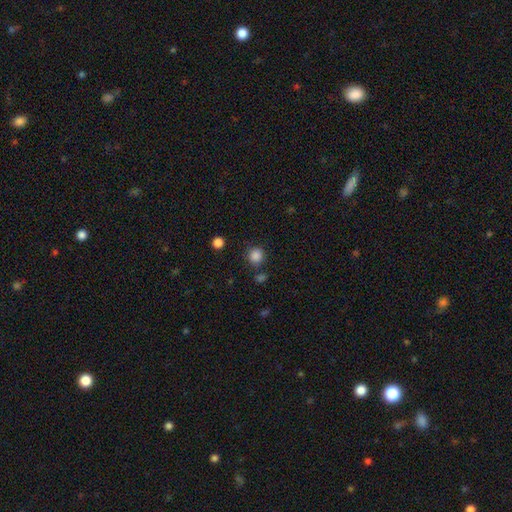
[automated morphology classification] Q: Smooth or featured?
A: smooth (86%); runner-up: star or artifact (11%)
Q: How rounded?
A: round (90%); runner-up: in between (9%)
Q: Merging?
A: none (82%); runner-up: minor disturbance (9%)